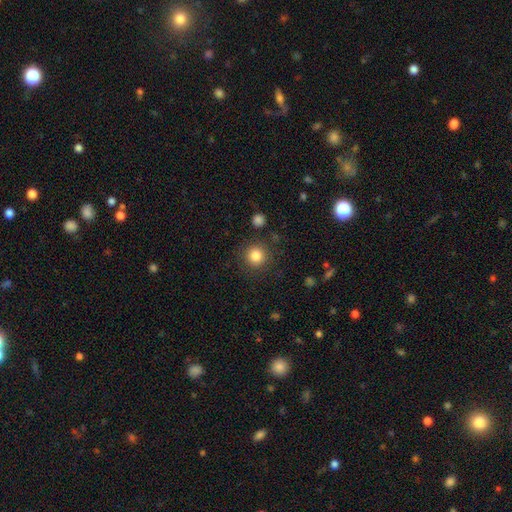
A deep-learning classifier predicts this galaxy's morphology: Smooth or featured: smooth — 84% (star or artifact — 11%)
How rounded: round — 94% (in between — 5%)
Merging: none — 87% (minor disturbance — 7%)